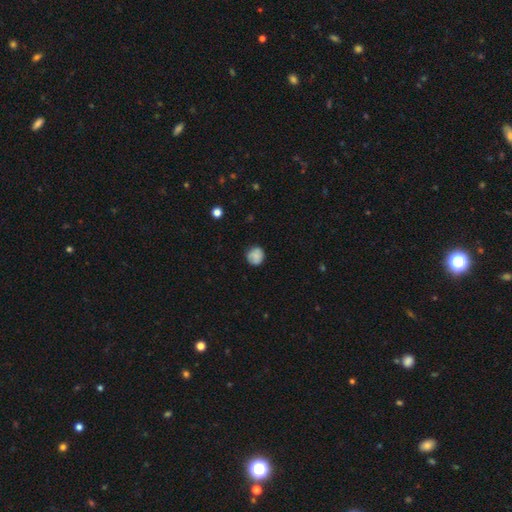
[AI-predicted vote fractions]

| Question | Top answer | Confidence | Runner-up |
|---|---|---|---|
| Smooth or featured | smooth | 78% | featured or disk (14%) |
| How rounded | round | 86% | in between (13%) |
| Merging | none | 76% | minor disturbance (18%) |